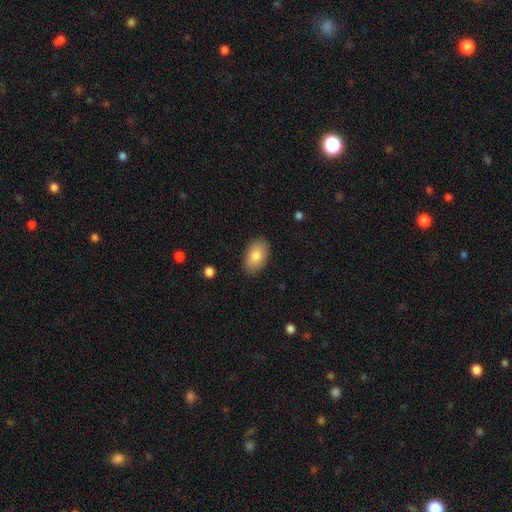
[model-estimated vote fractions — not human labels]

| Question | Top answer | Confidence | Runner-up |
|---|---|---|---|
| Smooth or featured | smooth | 82% | featured or disk (11%) |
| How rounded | in between | 93% | round (5%) |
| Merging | none | 87% | minor disturbance (10%) |